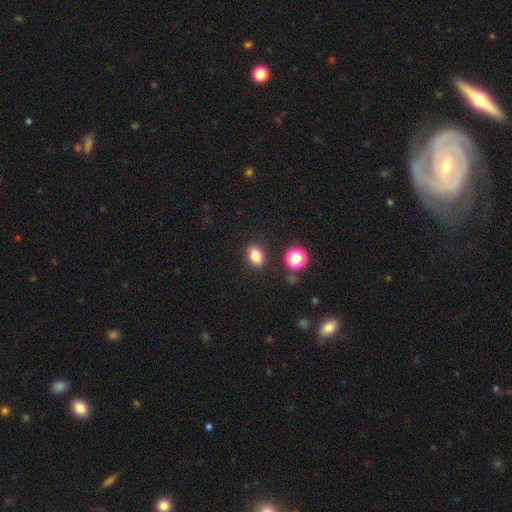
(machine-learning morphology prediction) This is clearly a smooth galaxy (83%). How rounded: likely in between (69%). Merging: clearly none (85%).